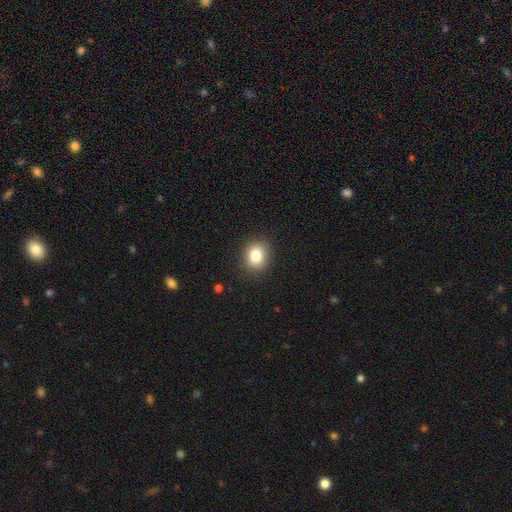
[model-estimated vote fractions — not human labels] Smooth or featured?
  - smooth: 83% *
  - star or artifact: 10%
  - featured or disk: 7%
How rounded?
  - round: 64% *
  - in between: 35%
  - cigar-shaped: 1%
Merging?
  - none: 89% *
  - minor disturbance: 8%
  - major disturbance: 3%
  - merger: 1%